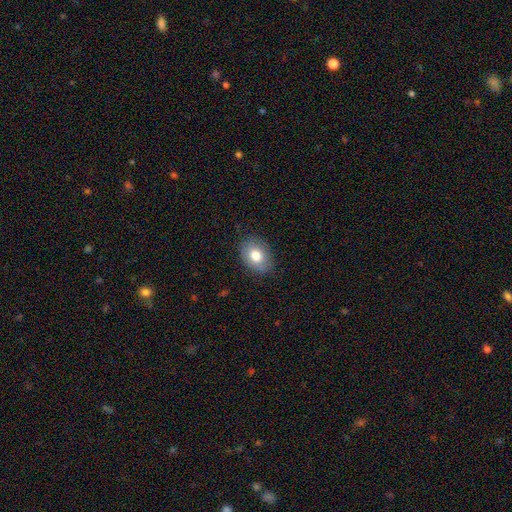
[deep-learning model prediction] Smooth or featured: smooth — 78% (featured or disk — 14%)
How rounded: in between — 72% (round — 27%)
Merging: none — 83% (minor disturbance — 13%)